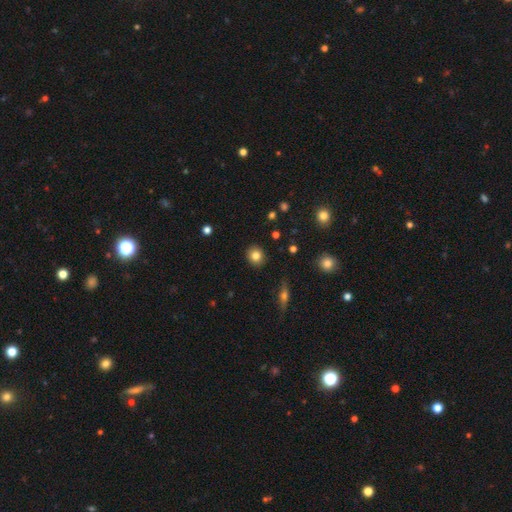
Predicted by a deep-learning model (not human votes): Overall: smooth (82%). How rounded: round (83%). Merging: none (91%).